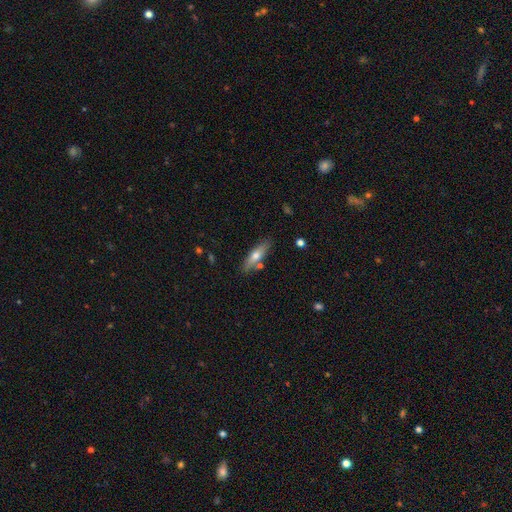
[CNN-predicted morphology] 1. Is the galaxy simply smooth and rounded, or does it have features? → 60% smooth, 34% featured or disk, 6% star or artifact.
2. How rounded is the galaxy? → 58% cigar-shaped, 40% in between, 2% round.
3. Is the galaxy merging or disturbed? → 79% none, 12% minor disturbance, 6% merger, 2% major disturbance.